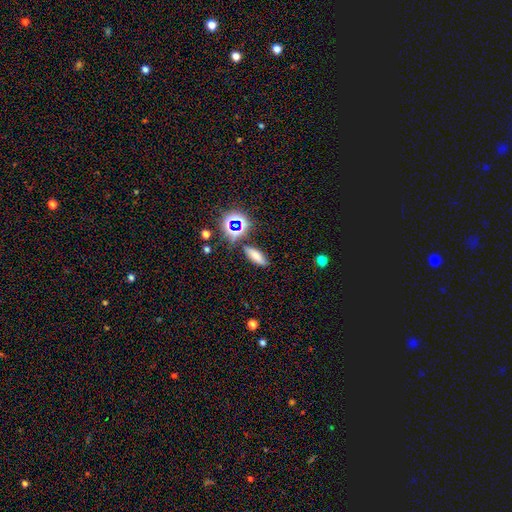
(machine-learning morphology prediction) This appears to be a smooth galaxy with no disk features (67%) that is in between round and cigar-shaped (55%). Merging: none (81%).